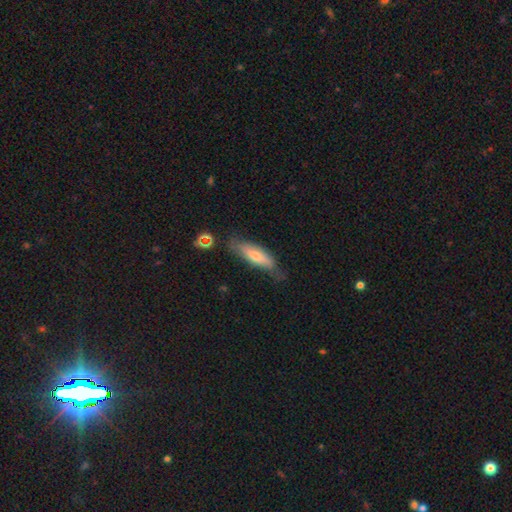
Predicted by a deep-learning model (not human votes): Smooth or featured? smooth (55%)
How rounded? cigar-shaped (67%)
Merging? none (69%)